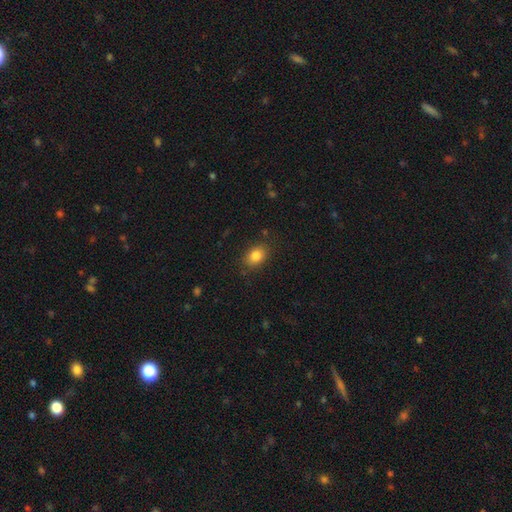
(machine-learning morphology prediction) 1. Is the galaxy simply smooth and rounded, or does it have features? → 84% smooth, 9% star or artifact, 6% featured or disk.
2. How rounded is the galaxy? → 72% in between, 27% round, 1% cigar-shaped.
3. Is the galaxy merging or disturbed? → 83% none, 12% minor disturbance, 3% major disturbance, 1% merger.